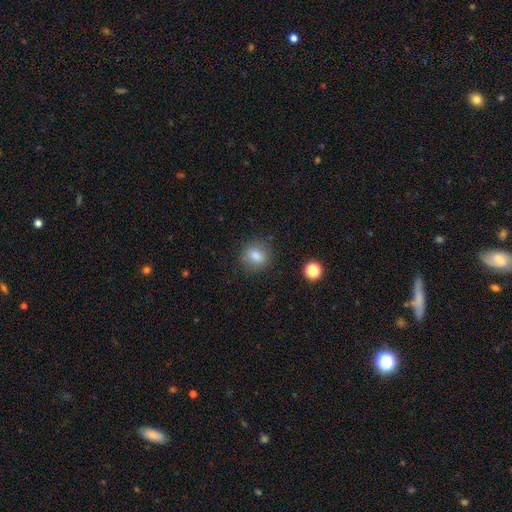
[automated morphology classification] This is clearly a smooth galaxy (81%). How rounded: likely round (68%). Merging: clearly none (84%).